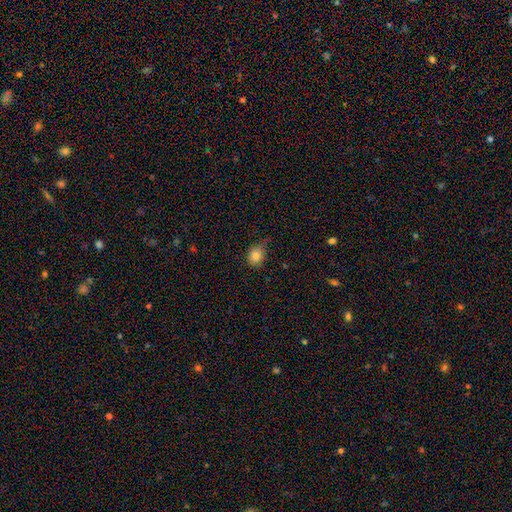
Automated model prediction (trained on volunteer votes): Smooth or featured?
  - smooth: 83% *
  - star or artifact: 10%
  - featured or disk: 7%
How rounded?
  - round: 57% *
  - in between: 41%
  - cigar-shaped: 1%
Merging?
  - none: 58% *
  - minor disturbance: 33%
  - major disturbance: 8%
  - merger: 2%